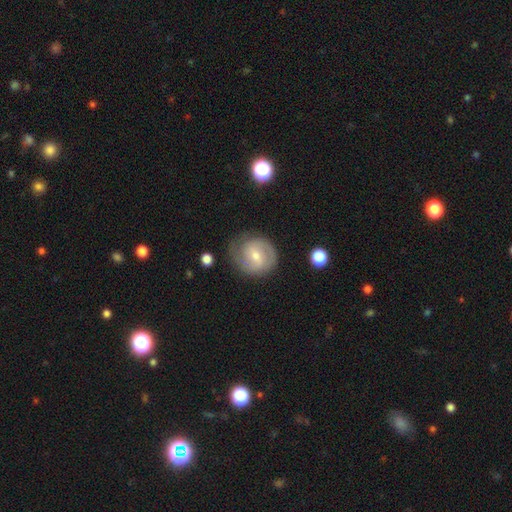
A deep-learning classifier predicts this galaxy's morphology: smooth_or_featured: featured or disk (p=0.65) [alt: smooth p=0.27]
disk_edge_on: no (p=0.97) [alt: yes p=0.03]
bar: weak (p=0.51) [alt: no p=0.34]
has_spiral_arms: yes (p=0.85) [alt: no p=0.15]
spiral_winding: tight (p=0.46) [alt: medium p=0.40]
spiral_arm_count: 2 (p=0.71) [alt: can't tell p=0.17]
bulge_size: small (p=0.55) [alt: moderate p=0.41]
merging: none (p=0.75) [alt: minor disturbance p=0.17]